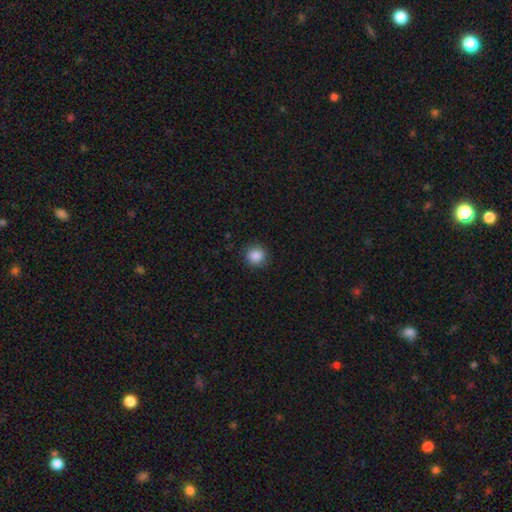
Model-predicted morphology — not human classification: The model was most divided on "smooth or featured": smooth: 87%, star or artifact: 9%, featured or disk: 4%. More confident: how rounded — round (91%); merging — none (89%).